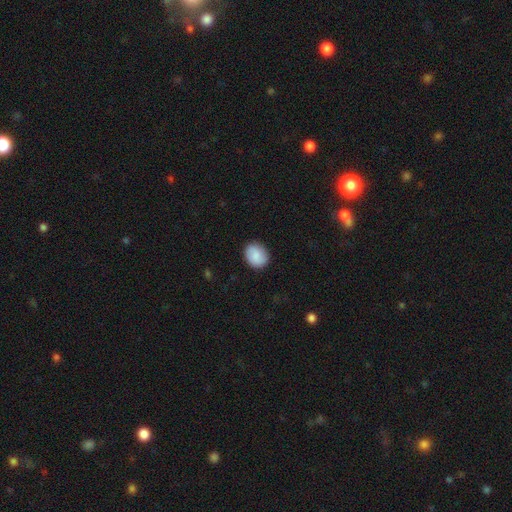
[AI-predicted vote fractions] Smooth or featured? Predicted: smooth (p=0.84). How rounded? Predicted: round (p=0.57). Merging? Predicted: none (p=0.87).